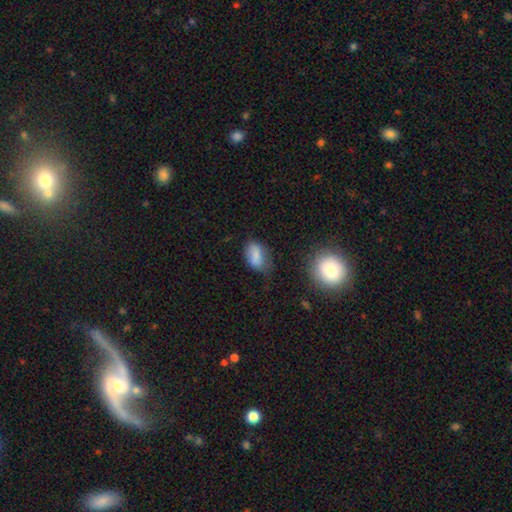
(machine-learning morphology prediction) Smooth or featured: smooth — 78% (featured or disk — 11%)
How rounded: in between — 87% (round — 10%)
Merging: none — 49% (minor disturbance — 34%)